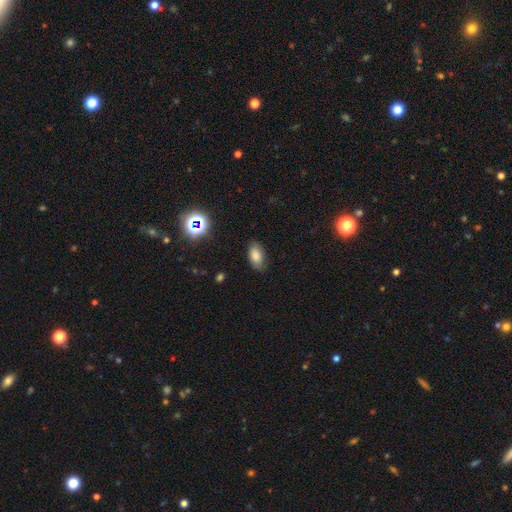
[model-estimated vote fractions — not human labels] Smooth or featured? Predicted: smooth (p=0.80). How rounded? Predicted: in between (p=0.92). Merging? Predicted: none (p=0.79).